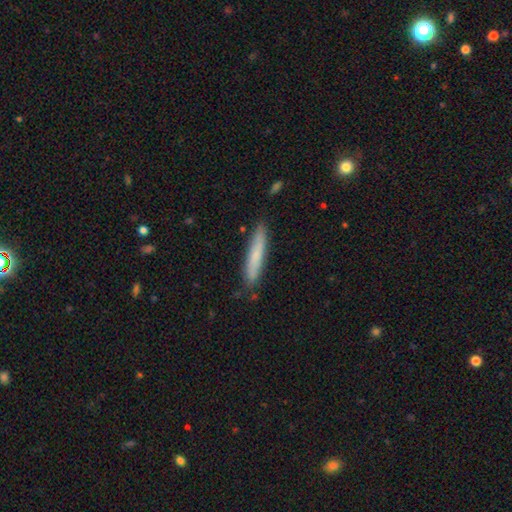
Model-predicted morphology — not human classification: This is likely a smooth galaxy (71%). How rounded: clearly cigar-shaped (92%). Merging: clearly none (84%).